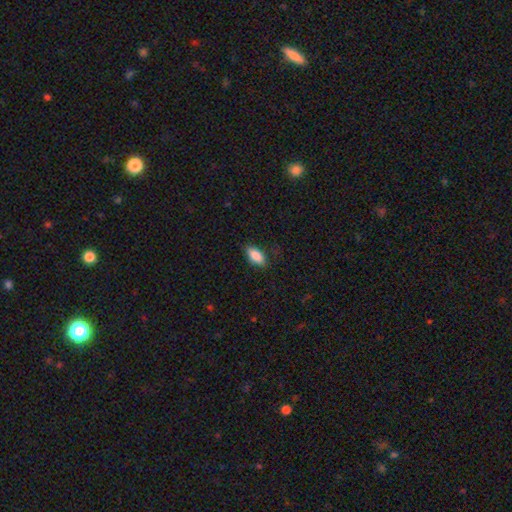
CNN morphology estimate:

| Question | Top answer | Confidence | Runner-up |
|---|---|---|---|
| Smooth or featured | smooth | 87% | star or artifact (7%) |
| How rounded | in between | 90% | cigar-shaped (7%) |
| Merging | none | 84% | minor disturbance (13%) |